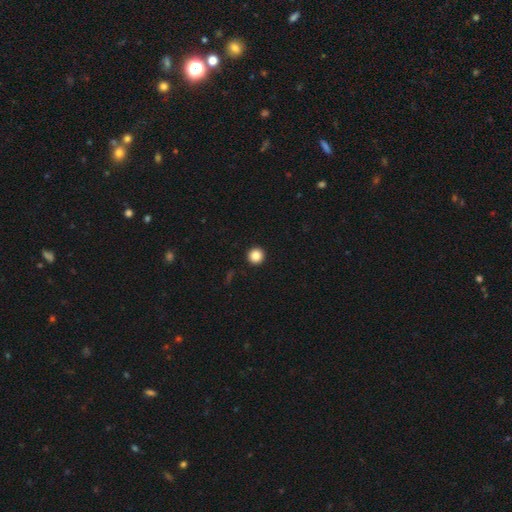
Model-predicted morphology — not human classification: Smooth or featured: smooth — 86% (star or artifact — 10%)
How rounded: round — 96% (in between — 3%)
Merging: none — 94% (minor disturbance — 3%)